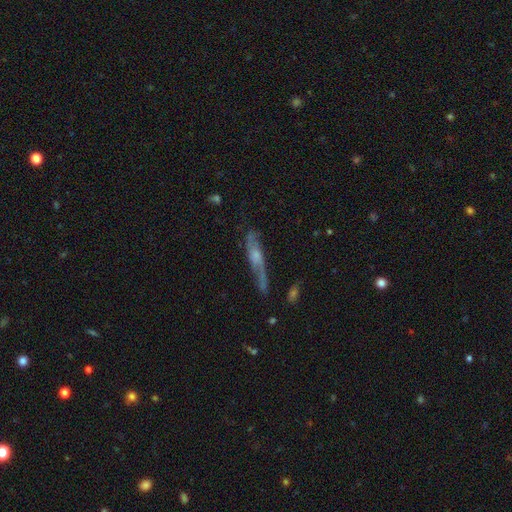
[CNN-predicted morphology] smooth-or-featured: featured or disk: 63% | smooth: 29% | star or artifact: 8%
  disk-edge-on: yes: 55% | no: 45%
  merging: none: 54% | minor disturbance: 26% | major disturbance: 16% | merger: 4%